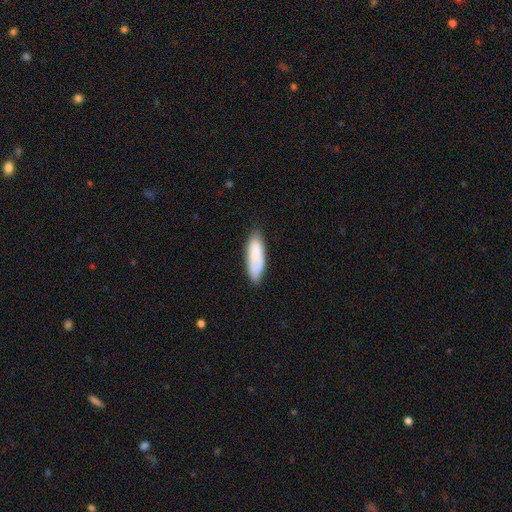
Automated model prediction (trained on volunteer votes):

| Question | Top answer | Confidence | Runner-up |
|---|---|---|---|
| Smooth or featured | smooth | 75% | featured or disk (18%) |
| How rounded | in between | 60% | cigar-shaped (38%) |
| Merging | none | 75% | minor disturbance (19%) |